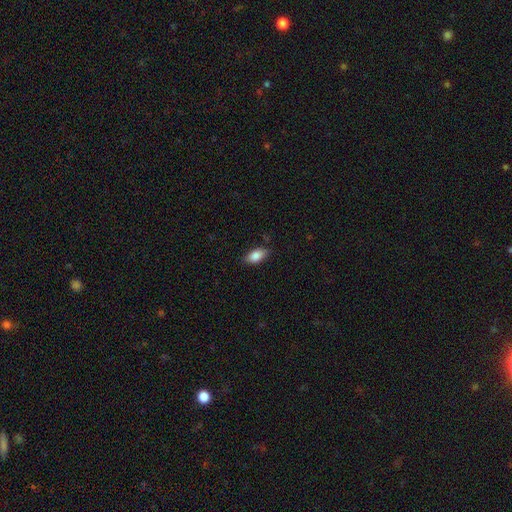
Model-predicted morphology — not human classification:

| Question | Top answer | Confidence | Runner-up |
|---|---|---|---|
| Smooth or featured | smooth | 84% | featured or disk (9%) |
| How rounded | in between | 89% | cigar-shaped (7%) |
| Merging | none | 81% | minor disturbance (15%) |